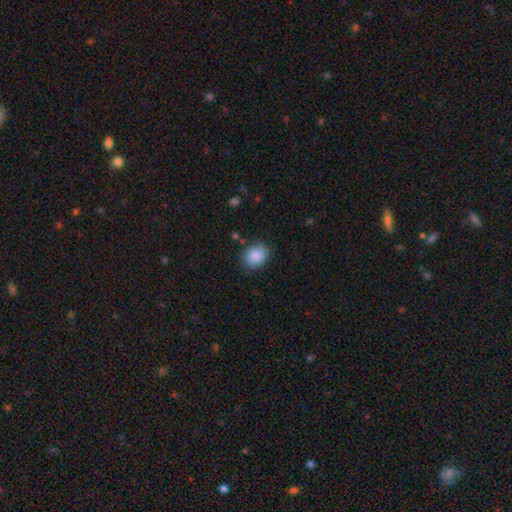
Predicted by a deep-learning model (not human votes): This appears to be a smooth galaxy with no disk features (88%) that is in between round and cigar-shaped (52%). Merging: none (81%).